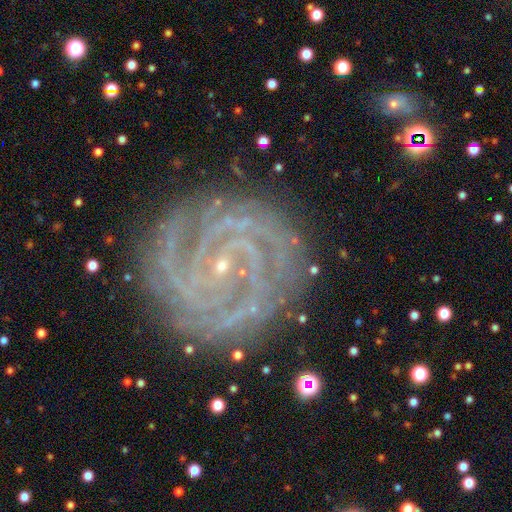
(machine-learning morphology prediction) Overall: featured or disk (90%). Edge-on disk: no (98%). Bar: no (55%; weak 27%). Spiral arms: yes (99%). Spiral arm count: 2 (26%; 3 22%). Spiral winding: tight (84%). Bulge size: small (88%). Merging: none (83%).